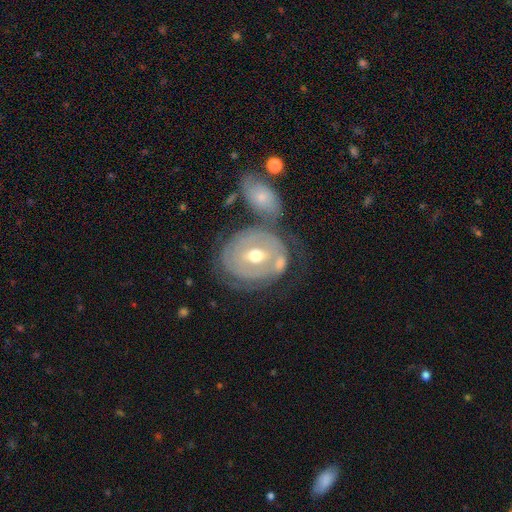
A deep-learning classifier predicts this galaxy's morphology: The model was most divided on "bar": no: 42%, weak: 39%, strong: 19%. More confident: edge-on disk — no (95%); bulge size — moderate (75%); smooth or featured — featured or disk (72%); spiral arms — yes (60%); merging — none (51%).